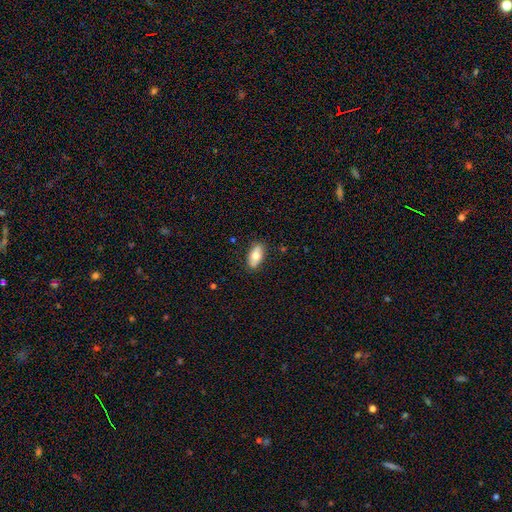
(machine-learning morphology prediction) type=smooth (73%); roundness=in between (88%); merging=none (85%).